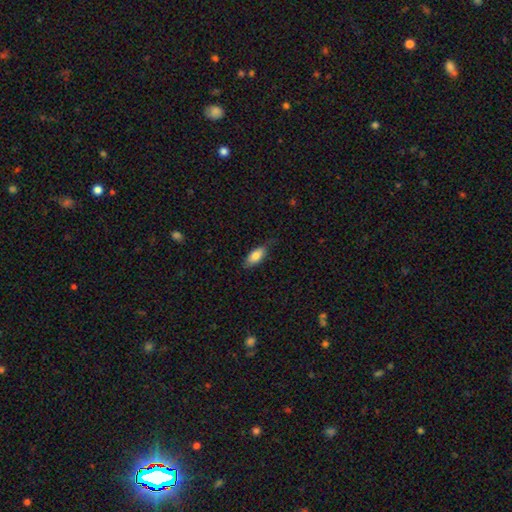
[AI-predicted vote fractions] Morphology: type=smooth (80%); roundness=in between (84%); merging=none (71%).